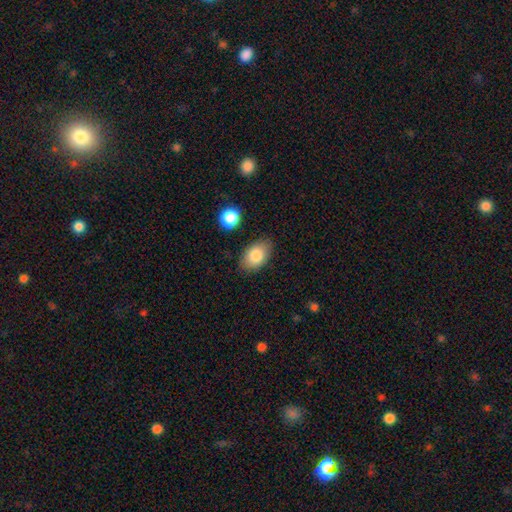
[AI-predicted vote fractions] Overall: smooth (83%). How rounded: in between (89%). Merging: none (83%).